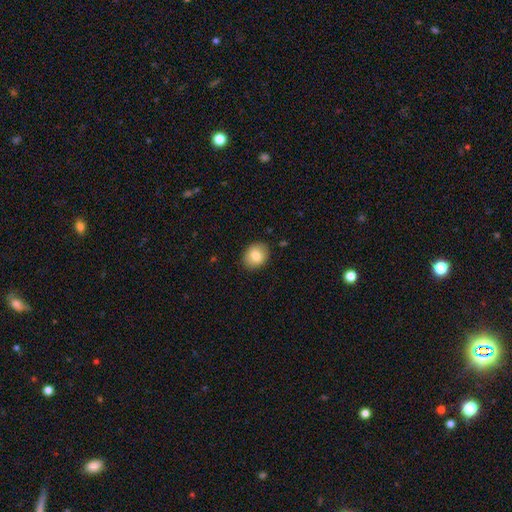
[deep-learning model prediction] Morphology: type=smooth (82%); roundness=round (52%); merging=none (86%).